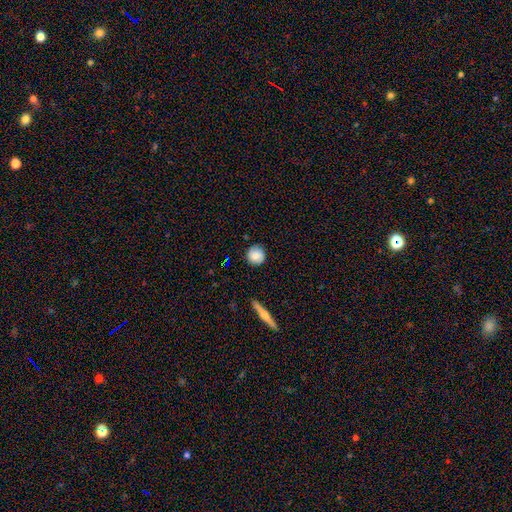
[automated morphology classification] Overall: smooth (79%). How rounded: round (91%). Merging: none (85%).